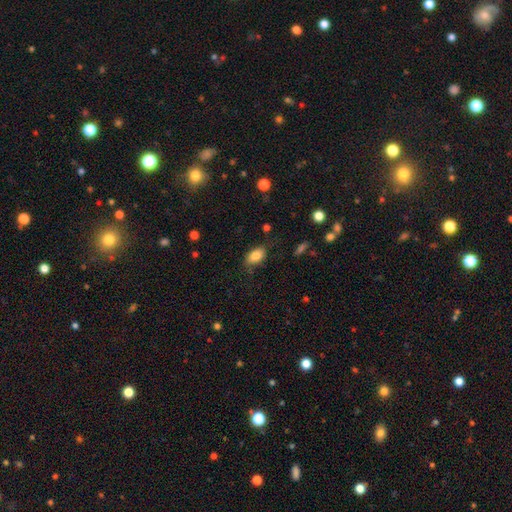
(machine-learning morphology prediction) Smooth or featured?
  - smooth: 84% *
  - star or artifact: 8%
  - featured or disk: 8%
How rounded?
  - in between: 90% *
  - round: 8%
  - cigar-shaped: 3%
Merging?
  - none: 73% *
  - minor disturbance: 20%
  - major disturbance: 6%
  - merger: 2%